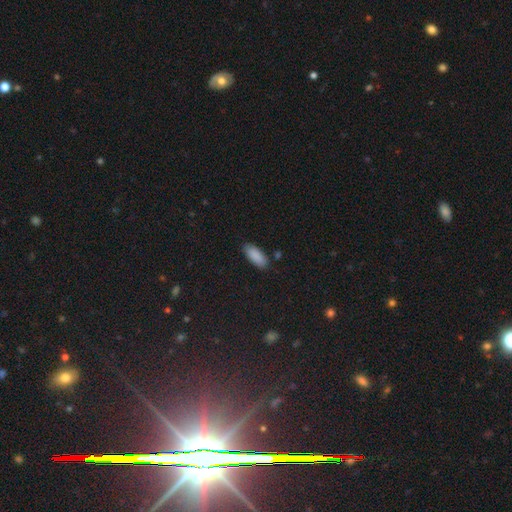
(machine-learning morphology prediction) This appears to be a smooth galaxy with no disk features (89%) that is in between round and cigar-shaped (85%). Merging: none (81%).